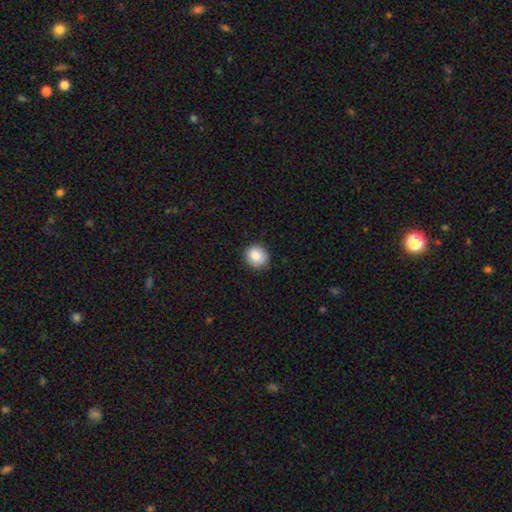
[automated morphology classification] Smooth or featured?
  - smooth: 85% *
  - star or artifact: 8%
  - featured or disk: 6%
How rounded?
  - round: 83% *
  - in between: 16%
  - cigar-shaped: 1%
Merging?
  - none: 87% *
  - minor disturbance: 10%
  - major disturbance: 2%
  - merger: 1%